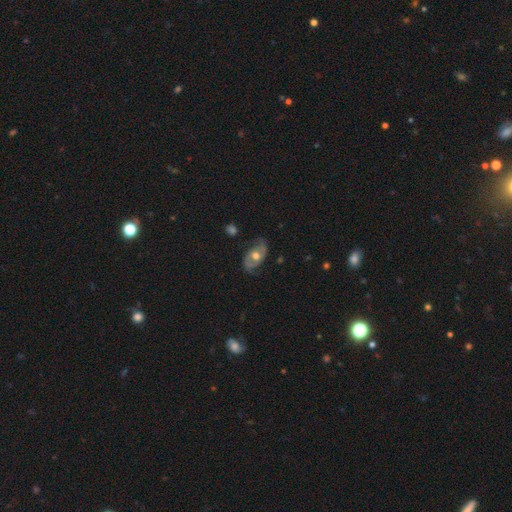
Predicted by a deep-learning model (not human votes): Overall: featured or disk (70%). Edge-on disk: no (94%). Bar: no (68%). Spiral arms: yes (73%). Bulge size: moderate (75%). Merging: none (69%).